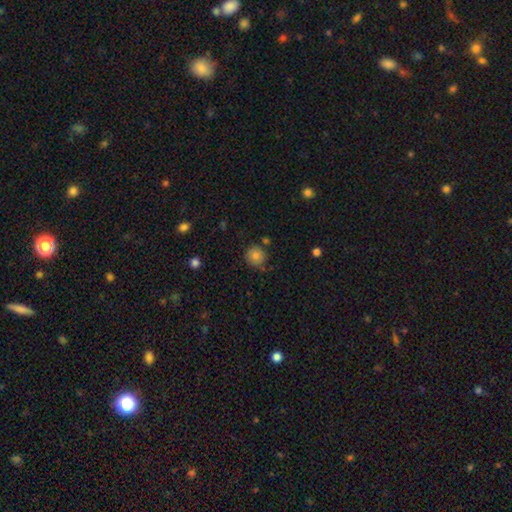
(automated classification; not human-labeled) Smooth or featured? Predicted: smooth (p=0.80). How rounded? Predicted: round (p=0.93). Merging? Predicted: none (p=0.80).